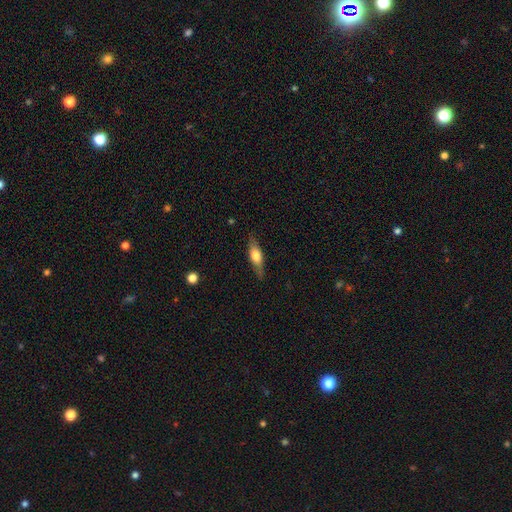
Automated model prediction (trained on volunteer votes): smooth 51%, featured or disk 43%, star or artifact 6%. Down the decision tree: how rounded — cigar-shaped (52%); merging — none (81%).